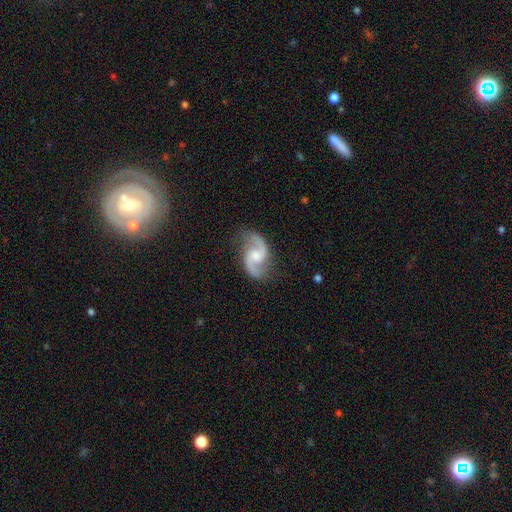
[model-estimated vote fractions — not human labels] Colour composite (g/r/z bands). It shows a featured or disk galaxy (92%) with no bar (48%), 2 (95%) medium (53%) spiral arms (98%) and a moderate central bulge (51%). Merging: none (82%).